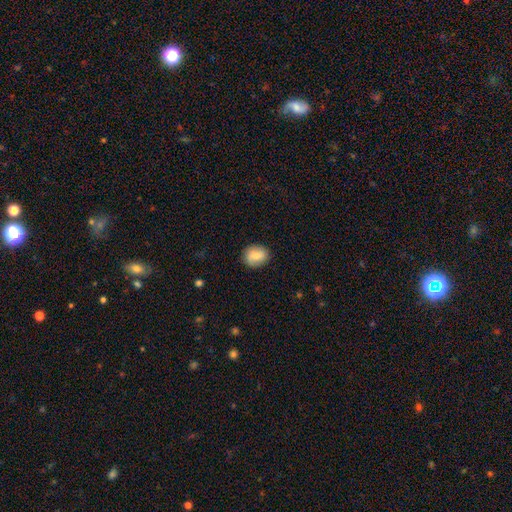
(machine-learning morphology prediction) The model was most divided on "how rounded": round: 58%, in between: 41%, cigar-shaped: 1%. More confident: merging — none (85%); smooth or featured — smooth (82%).